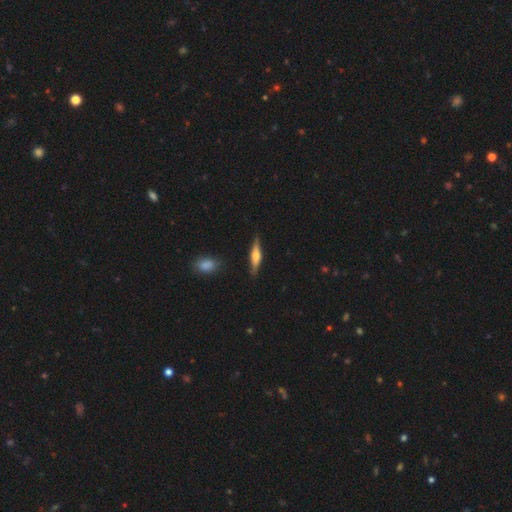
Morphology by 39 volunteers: smooth-or-featured: smooth: 44% (tied) | featured or disk: 44% (tied) | star or artifact: 13%
  how-rounded: cigar-shaped: 82% | in between: 18% | round: 0%
  merging: none: 76% | minor disturbance: 18% | major disturbance: 3% | merger: 3%